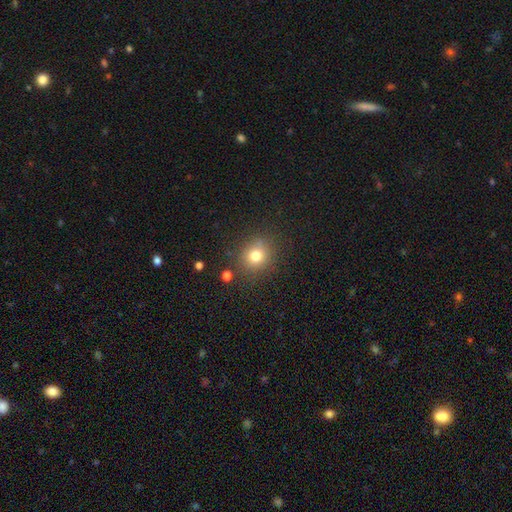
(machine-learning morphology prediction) The model was most divided on "how rounded": round: 79%, in between: 20%, cigar-shaped: 1%. More confident: merging — none (83%); smooth or featured — smooth (77%).